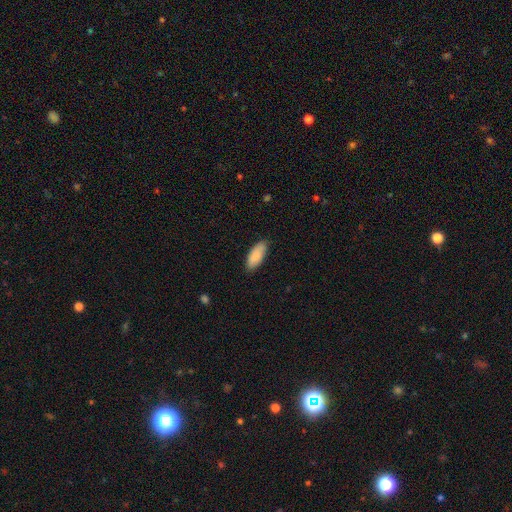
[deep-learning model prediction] smooth-or-featured: smooth: 88% | featured or disk: 6% | star or artifact: 6%
  how-rounded: in between: 83% | cigar-shaped: 15% | round: 2%
  merging: none: 83% | minor disturbance: 14% | major disturbance: 2% | merger: 1%